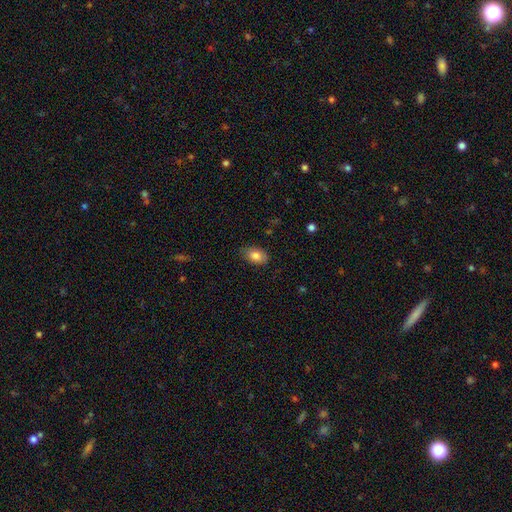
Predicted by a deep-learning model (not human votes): Smooth or featured: smooth — 83% (featured or disk — 9%)
How rounded: in between — 89% (round — 10%)
Merging: none — 80% (minor disturbance — 16%)